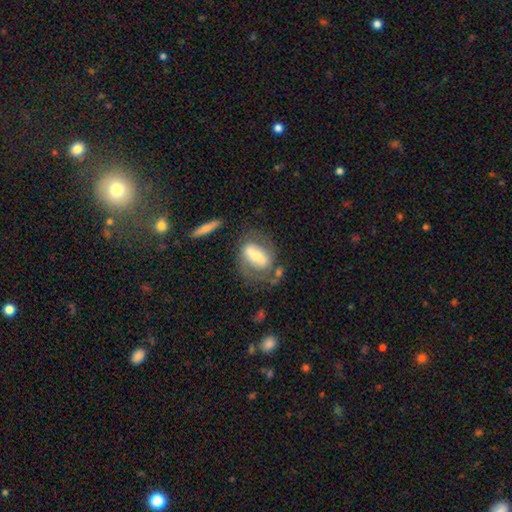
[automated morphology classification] Smooth or featured?
  - featured or disk: 57% *
  - smooth: 36%
  - star or artifact: 7%
Edge-on disk?
  - no: 86% *
  - yes: 14%
Merging?
  - none: 54% *
  - minor disturbance: 20%
  - major disturbance: 17%
  - merger: 9%